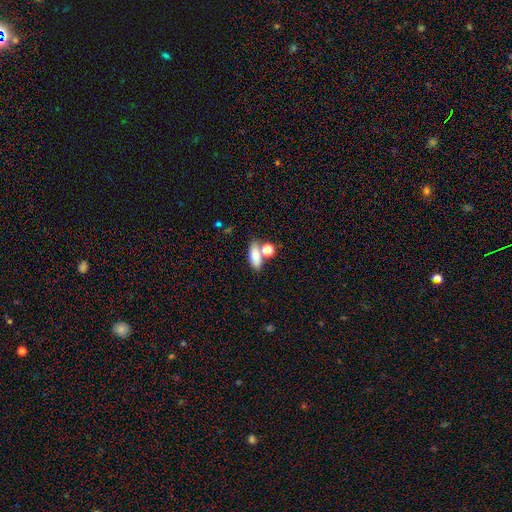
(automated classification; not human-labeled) A smooth galaxy with no disk features (78%) that is in between round and cigar-shaped (71%). Merging: none (56%).